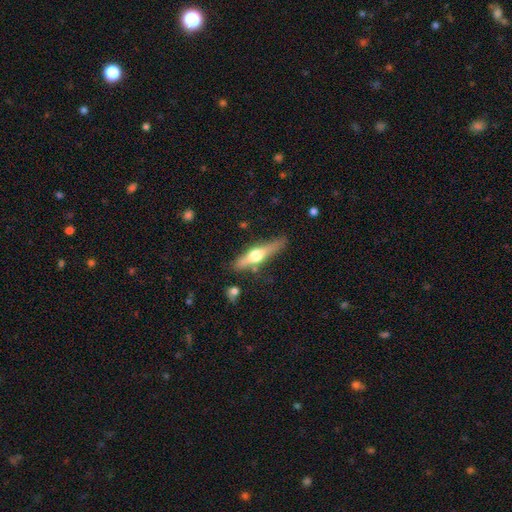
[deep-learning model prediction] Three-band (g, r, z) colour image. It shows a featured or disk galaxy (63%) viewed edge-on (95%) with a rounded central bulge (95%). Merging: none (75%).